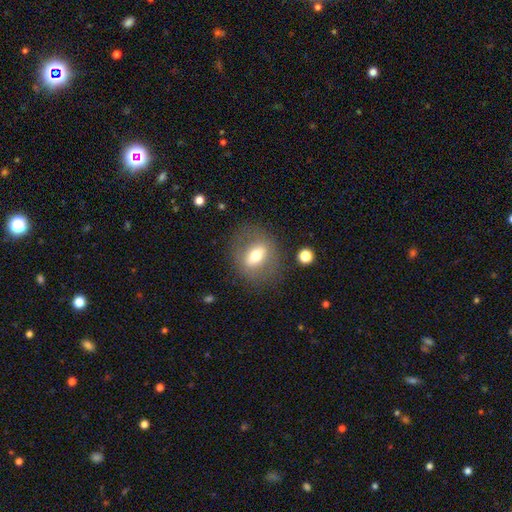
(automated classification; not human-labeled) Smooth or featured?
  - smooth: 51% *
  - featured or disk: 40%
  - star or artifact: 9%
How rounded?
  - in between: 57% *
  - round: 38%
  - cigar-shaped: 4%
Merging?
  - none: 78% *
  - minor disturbance: 12%
  - major disturbance: 8%
  - merger: 2%